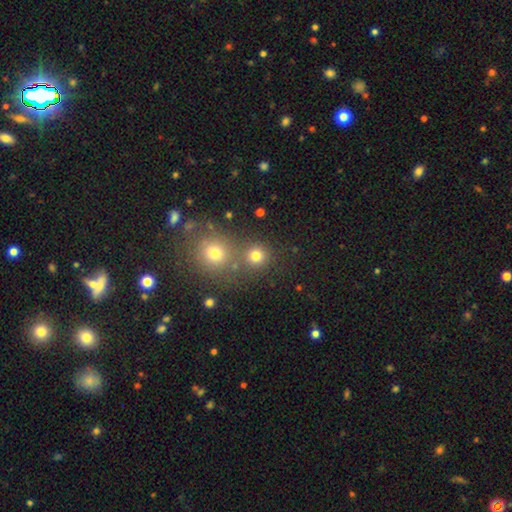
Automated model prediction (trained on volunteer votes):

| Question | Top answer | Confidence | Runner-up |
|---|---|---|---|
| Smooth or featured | smooth | 78% | star or artifact (16%) |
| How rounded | round | 89% | in between (10%) |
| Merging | none | 65% | merger (24%) |